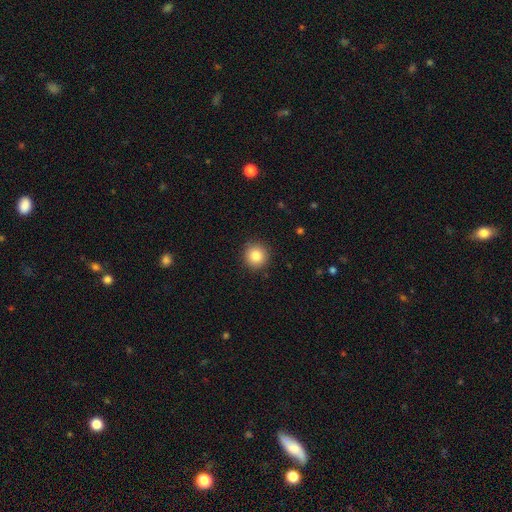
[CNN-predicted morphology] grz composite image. It shows a smooth galaxy with no disk features (84%) that is round (94%). Merging: none (91%).